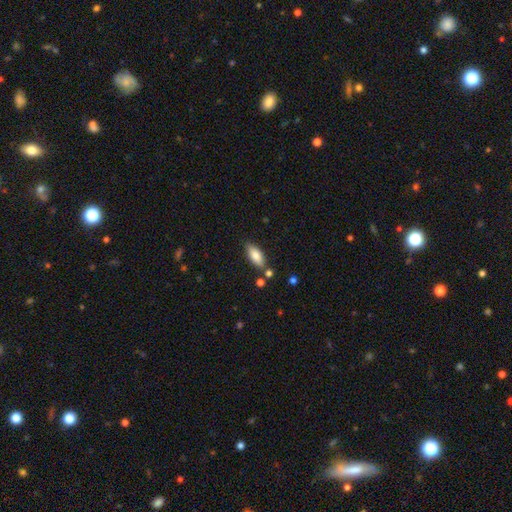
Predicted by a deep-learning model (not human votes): A smooth galaxy with no disk features (83%) that is in between round and cigar-shaped (82%).

Vote fractions:
- Smooth or featured? smooth: 83% / featured or disk: 11% / star or artifact: 7%
- How rounded? in between: 82% / cigar-shaped: 16% / round: 2%
- Merging? none: 77% / minor disturbance: 14% / merger: 6% / major disturbance: 3%